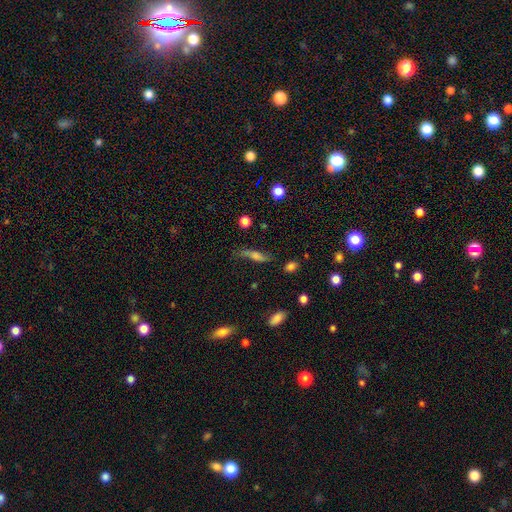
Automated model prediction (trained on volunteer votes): Smooth or featured? Predicted: featured or disk (p=0.50). Merging? Predicted: none (p=0.62).